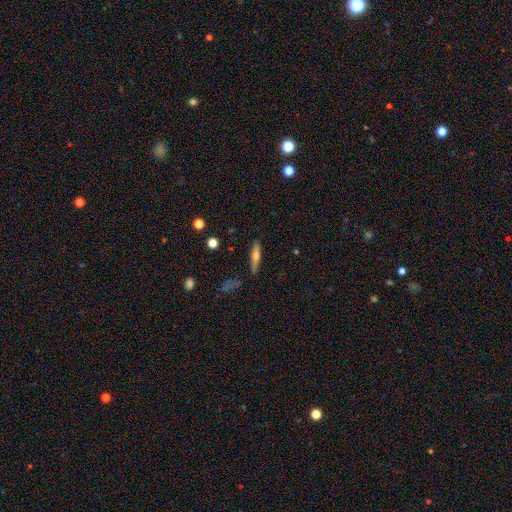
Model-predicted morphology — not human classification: Q: Smooth or featured?
A: smooth (50%); runner-up: featured or disk (43%)
Q: Merging?
A: none (84%); runner-up: minor disturbance (11%)